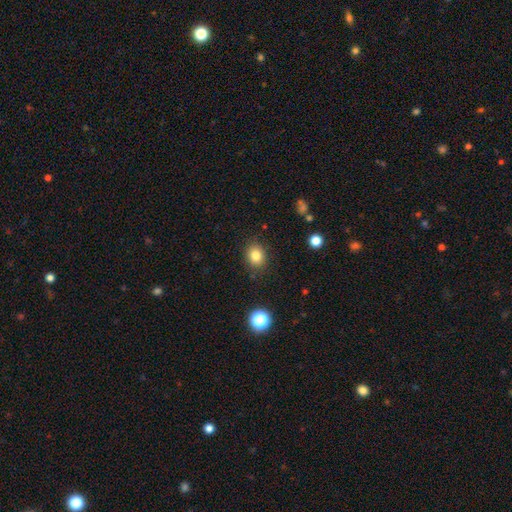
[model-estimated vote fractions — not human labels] This is clearly a smooth galaxy (82%). How rounded: possibly round (59%). Merging: clearly none (86%).